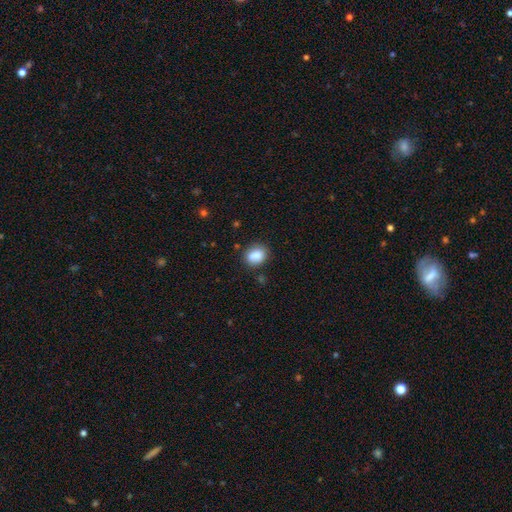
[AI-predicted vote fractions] The model was most divided on "how rounded": round: 51%, in between: 48%, cigar-shaped: 1%. More confident: smooth or featured — smooth (87%); merging — none (76%).